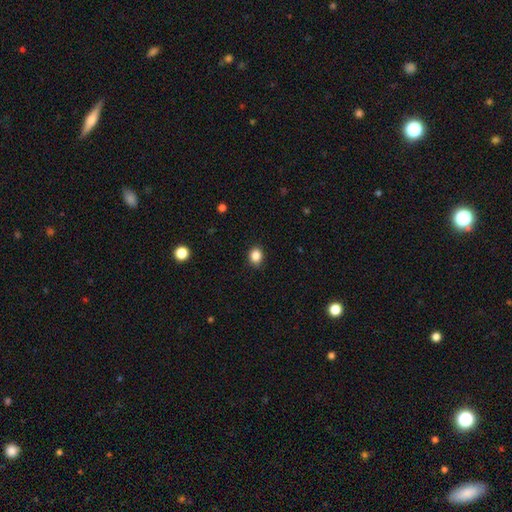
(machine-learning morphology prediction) The model was most divided on "how rounded": round: 64%, in between: 35%, cigar-shaped: 1%. More confident: merging — none (87%); smooth or featured — smooth (86%).